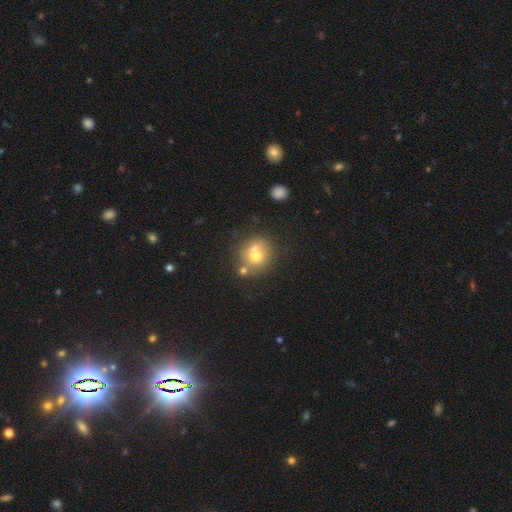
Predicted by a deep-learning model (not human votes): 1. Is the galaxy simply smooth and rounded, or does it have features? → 63% smooth, 24% featured or disk, 13% star or artifact.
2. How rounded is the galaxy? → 86% round, 13% in between, 1% cigar-shaped.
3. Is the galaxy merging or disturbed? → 49% none, 38% merger, 9% minor disturbance, 4% major disturbance.